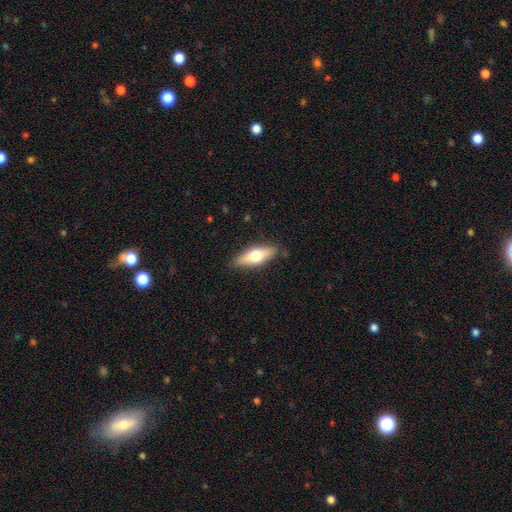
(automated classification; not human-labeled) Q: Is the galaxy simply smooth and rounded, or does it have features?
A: smooth — 54%.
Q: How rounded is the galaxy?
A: in between — 61%.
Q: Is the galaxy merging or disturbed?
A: none — 86%.